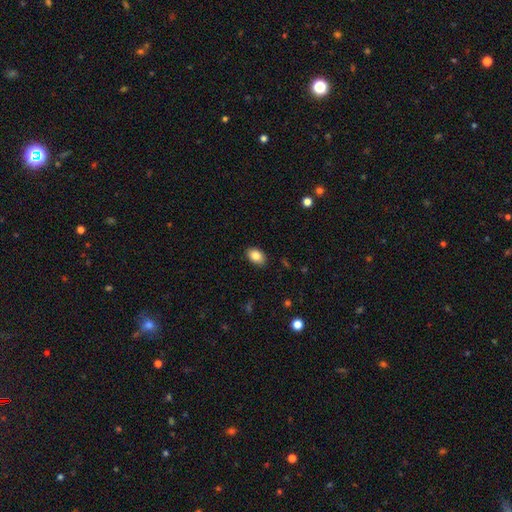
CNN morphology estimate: smooth_or_featured: smooth (p=0.86) [alt: star or artifact p=0.08]
how_rounded: in between (p=0.85) [alt: round p=0.14]
merging: none (p=0.88) [alt: minor disturbance p=0.09]